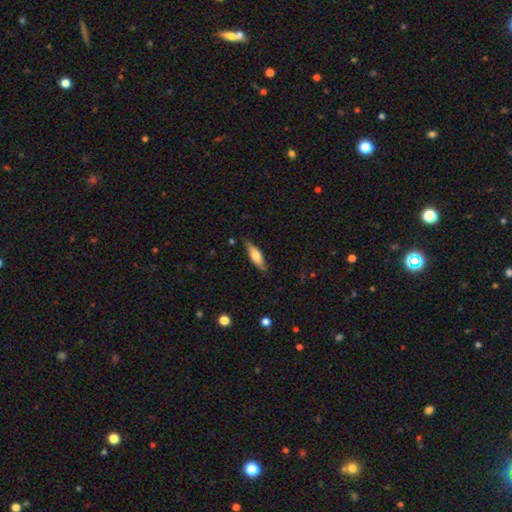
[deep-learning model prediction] Smooth or featured?
  - smooth: 65% *
  - featured or disk: 29%
  - star or artifact: 6%
How rounded?
  - cigar-shaped: 52% *
  - in between: 46%
  - round: 2%
Merging?
  - none: 80% *
  - minor disturbance: 15%
  - major disturbance: 3%
  - merger: 2%